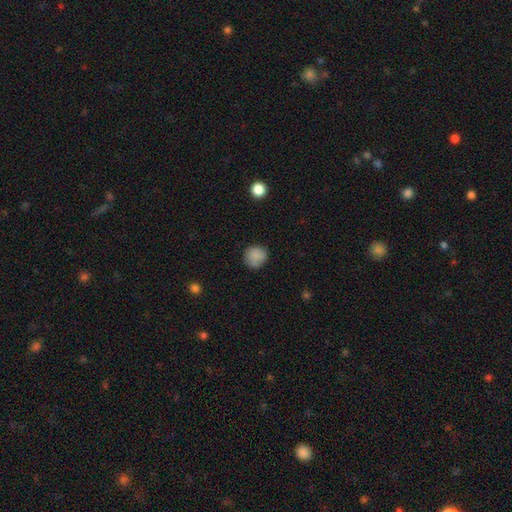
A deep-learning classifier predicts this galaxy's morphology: Smooth or featured?
  - smooth: 86% *
  - star or artifact: 9%
  - featured or disk: 5%
How rounded?
  - round: 90% *
  - in between: 9%
  - cigar-shaped: 1%
Merging?
  - none: 82% *
  - minor disturbance: 13%
  - major disturbance: 3%
  - merger: 1%